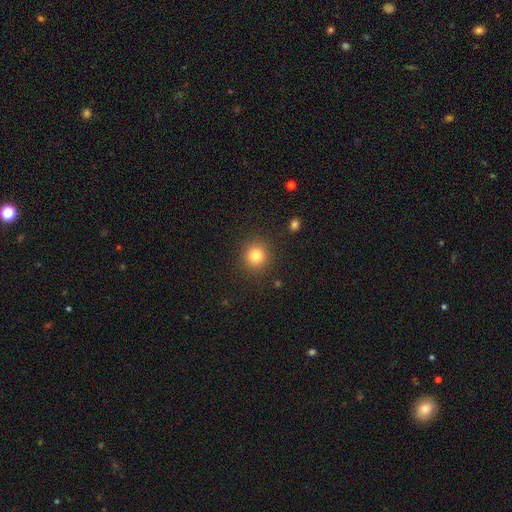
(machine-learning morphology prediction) smooth_or_featured: smooth (p=0.80) [alt: star or artifact p=0.13]
how_rounded: round (p=0.91) [alt: in between p=0.08]
merging: none (p=0.89) [alt: minor disturbance p=0.06]